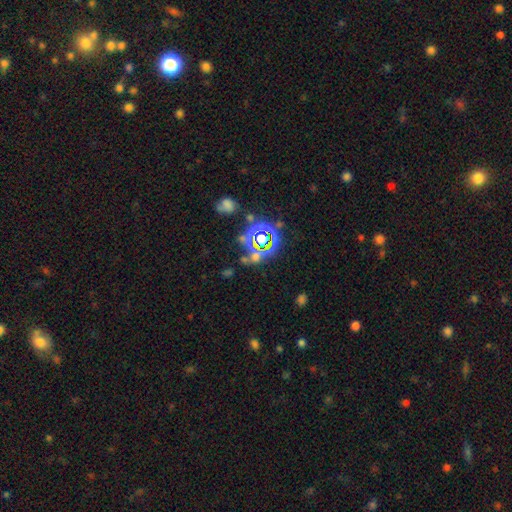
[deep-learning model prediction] Q: Smooth or featured?
A: star or artifact (61%); runner-up: smooth (29%)